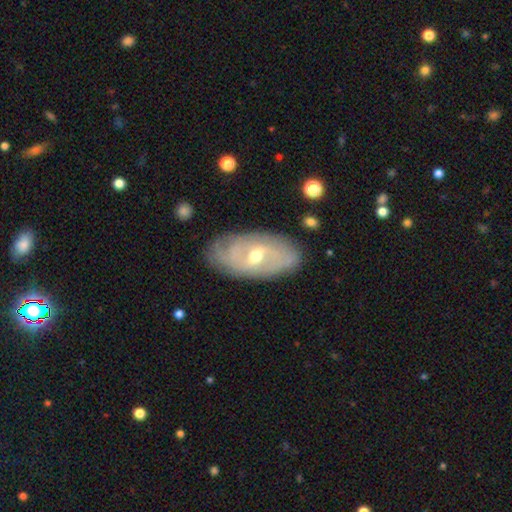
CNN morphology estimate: Smooth or featured?
  - featured or disk: 76% *
  - smooth: 17%
  - star or artifact: 7%
Edge-on disk?
  - no: 91% *
  - yes: 9%
Bar?
  - weak: 47% *
  - no: 37%
  - strong: 16%
Spiral arms?
  - yes: 84% *
  - no: 16%
Spiral winding?
  - tight: 63% *
  - medium: 26%
  - loose: 11%
Spiral arm count?
  - can't tell: 49% *
  - 2: 27%
  - 3: 11%
  - 4: 6%
  - more than 4: 4%
  - 1: 4%
Bulge size?
  - moderate: 62% *
  - small: 34%
  - large: 2%
  - none: 1%
  - dominant: 1%
Merging?
  - none: 79% *
  - minor disturbance: 16%
  - major disturbance: 4%
  - merger: 1%